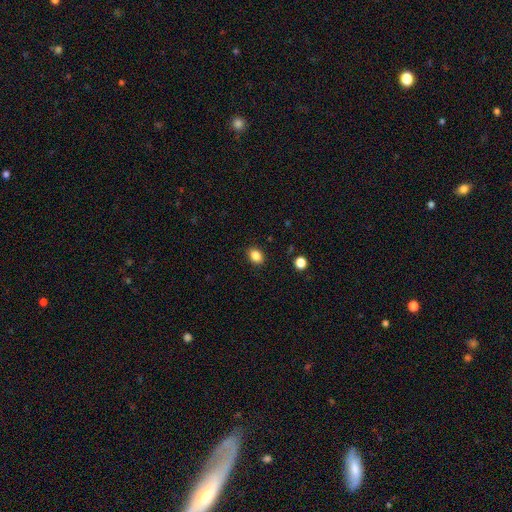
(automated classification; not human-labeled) Smooth or featured? smooth (86%)
How rounded? in between (68%)
Merging? none (89%)